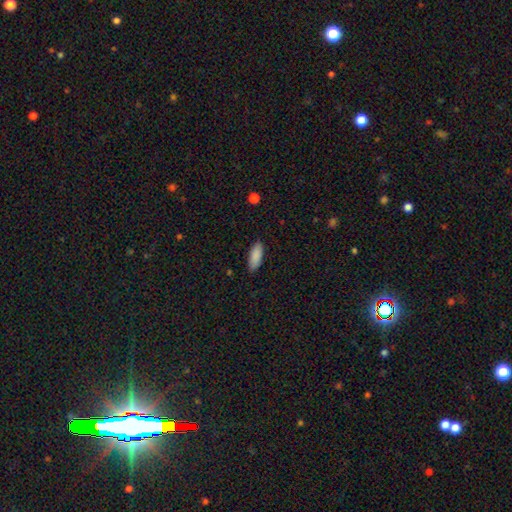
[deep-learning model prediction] This appears to be a smooth galaxy with no disk features (88%) that is in between round and cigar-shaped (72%). Merging: none (87%).